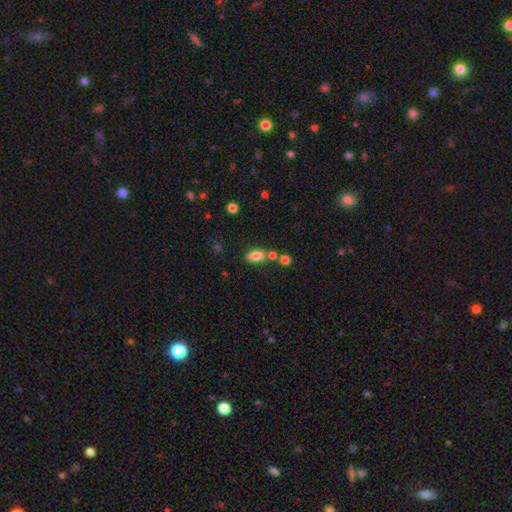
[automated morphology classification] Smooth or featured?
  - smooth: 80% *
  - featured or disk: 10%
  - star or artifact: 9%
How rounded?
  - in between: 87% *
  - round: 8%
  - cigar-shaped: 5%
Merging?
  - none: 67% *
  - merger: 16%
  - minor disturbance: 13%
  - major disturbance: 4%